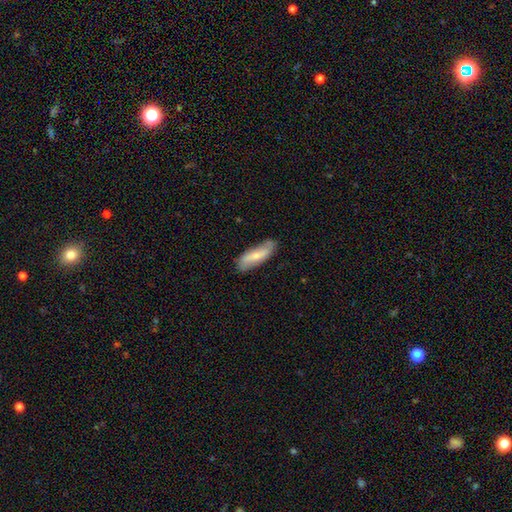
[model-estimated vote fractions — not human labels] Smooth or featured? Predicted: smooth (p=0.55). How rounded? Predicted: in between (p=0.53). Merging? Predicted: none (p=0.76).